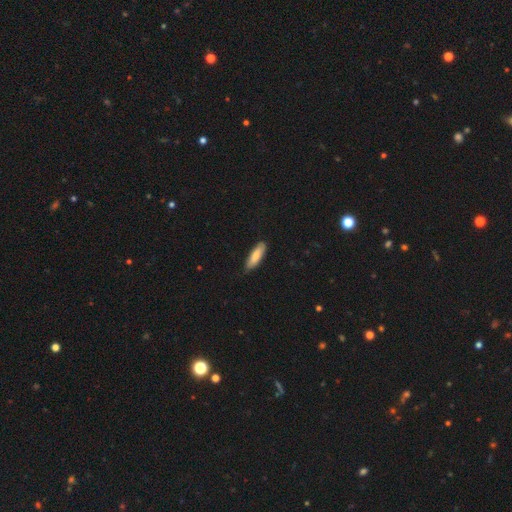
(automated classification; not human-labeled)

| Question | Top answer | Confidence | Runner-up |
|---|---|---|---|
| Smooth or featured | smooth | 81% | featured or disk (14%) |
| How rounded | cigar-shaped | 53% | in between (46%) |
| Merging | none | 80% | minor disturbance (17%) |